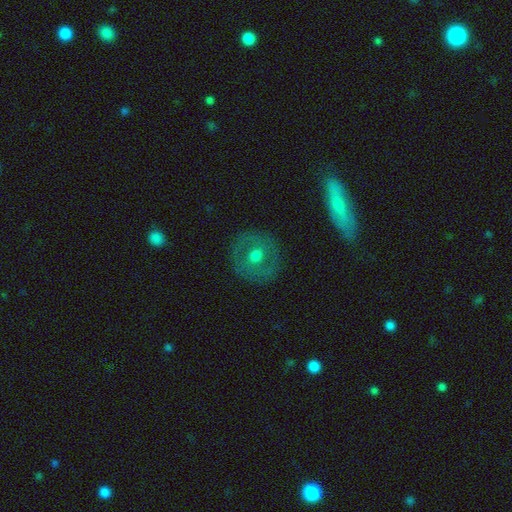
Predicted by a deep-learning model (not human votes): Smooth or featured: featured or disk — 49% (smooth — 43%)
Merging: none — 86% (minor disturbance — 9%)